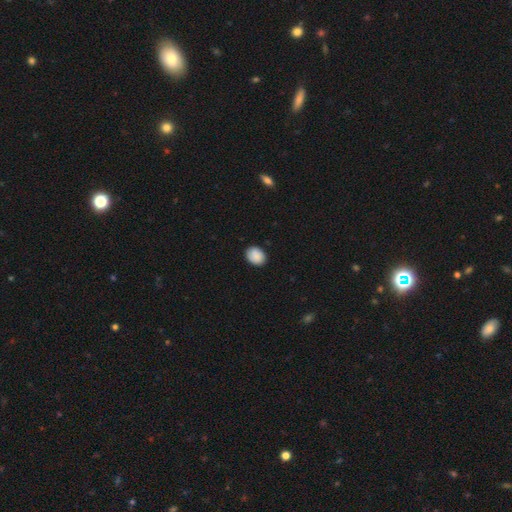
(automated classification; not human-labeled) Overall: smooth (89%). How rounded: in between (54%; round 45%). Merging: none (88%).